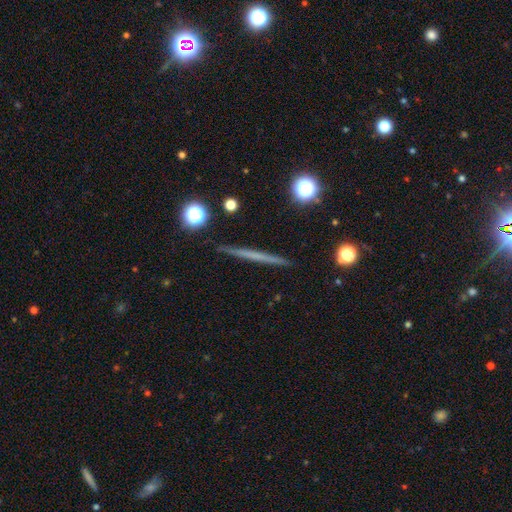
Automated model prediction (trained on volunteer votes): Smooth or featured: featured or disk — 51% (smooth — 41%)
Edge-on disk: yes — 97% (no — 3%)
Merging: none — 92% (minor disturbance — 6%)